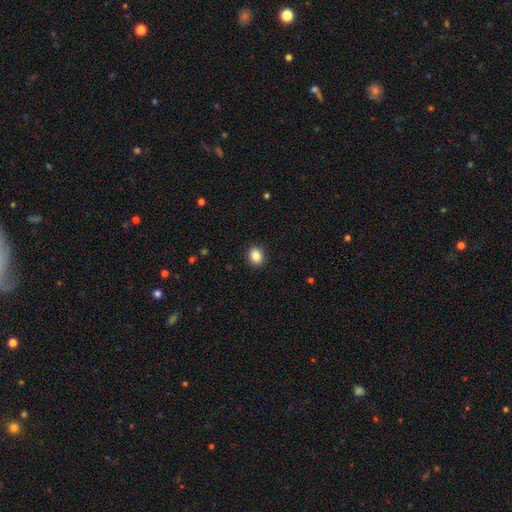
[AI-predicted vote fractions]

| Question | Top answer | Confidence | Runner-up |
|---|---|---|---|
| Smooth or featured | smooth | 87% | star or artifact (9%) |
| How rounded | round | 58% | in between (41%) |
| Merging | none | 91% | minor disturbance (6%) |